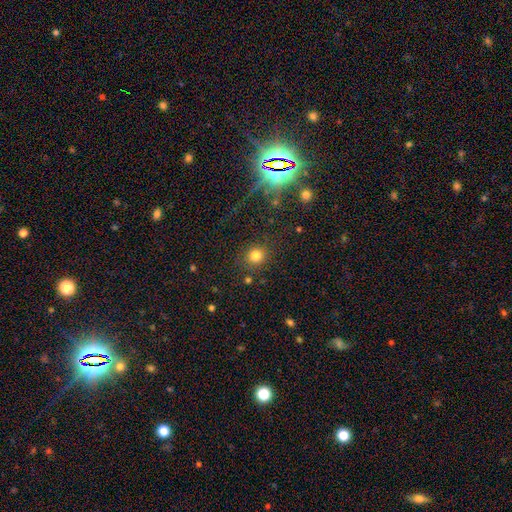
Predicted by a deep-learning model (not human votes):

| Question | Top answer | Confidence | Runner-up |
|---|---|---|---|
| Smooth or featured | smooth | 80% | star or artifact (14%) |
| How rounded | round | 87% | in between (12%) |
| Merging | none | 83% | minor disturbance (9%) |